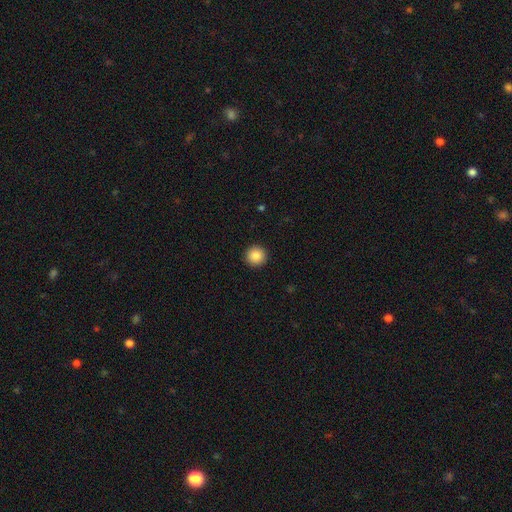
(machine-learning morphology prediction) smooth-or-featured: smooth: 87% | star or artifact: 9% | featured or disk: 4%
  how-rounded: round: 96% | in between: 3% | cigar-shaped: 1%
  merging: none: 93% | minor disturbance: 4% | major disturbance: 1% | merger: 1%